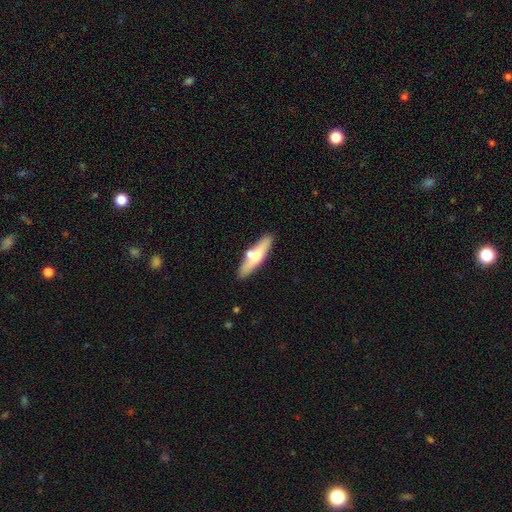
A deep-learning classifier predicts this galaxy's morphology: Smooth or featured: smooth — 56% (featured or disk — 39%)
How rounded: cigar-shaped — 71% (in between — 27%)
Merging: none — 73% (merger — 12%)